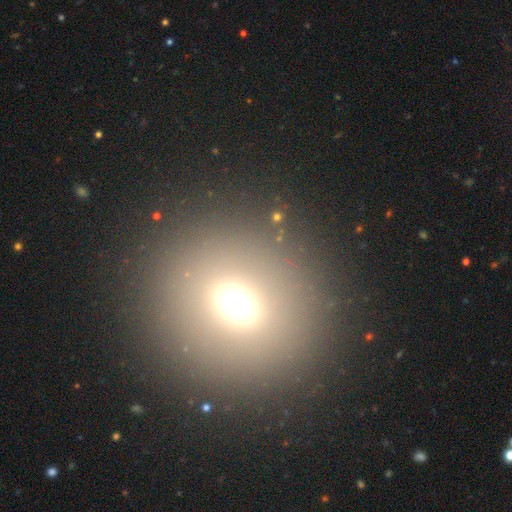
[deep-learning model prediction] smooth-or-featured: smooth: 61% | star or artifact: 23% | featured or disk: 17%
  how-rounded: round: 74% | in between: 24% | cigar-shaped: 2%
  merging: none: 88% | minor disturbance: 6% | major disturbance: 4% | merger: 2%